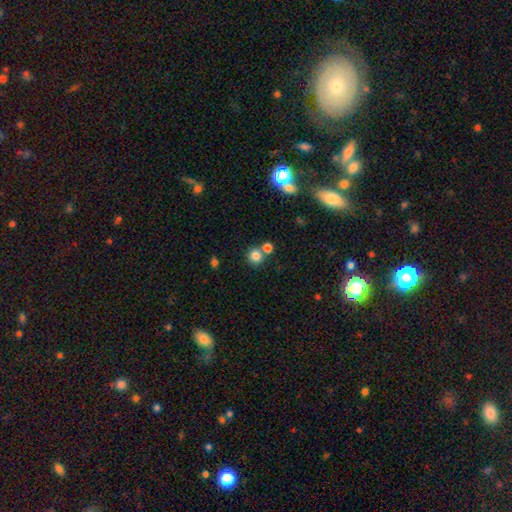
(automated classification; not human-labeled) This is clearly a smooth galaxy (81%). How rounded: clearly round (88%). Merging: likely none (61%).